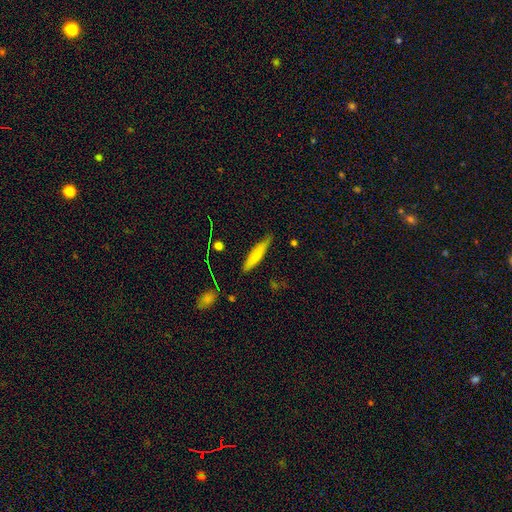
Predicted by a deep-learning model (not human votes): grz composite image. It shows a smooth galaxy with no disk features (71%) that is cigar-shaped (87%). Merging: none (80%).